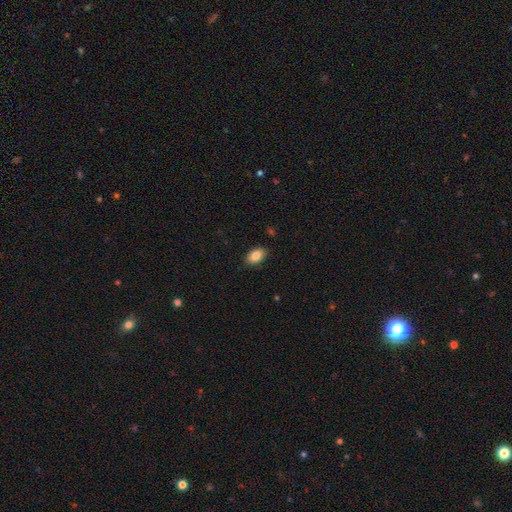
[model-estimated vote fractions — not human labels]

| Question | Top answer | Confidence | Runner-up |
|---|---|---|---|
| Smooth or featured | smooth | 84% | featured or disk (9%) |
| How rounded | in between | 91% | round (7%) |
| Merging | none | 88% | minor disturbance (9%) |